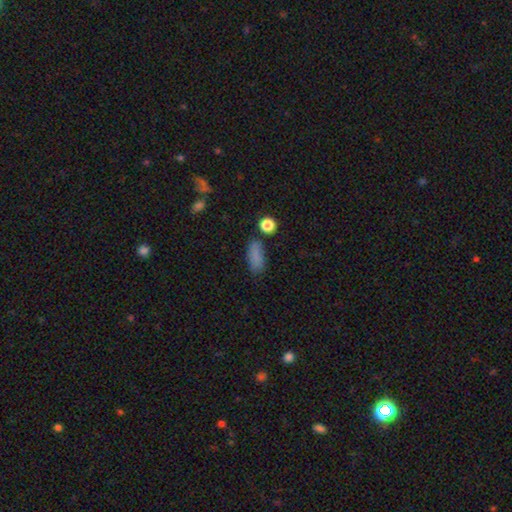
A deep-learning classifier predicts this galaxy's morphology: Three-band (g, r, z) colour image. It shows a smooth galaxy with no disk features (82%) that is in between round and cigar-shaped (81%). Merging: none (73%).